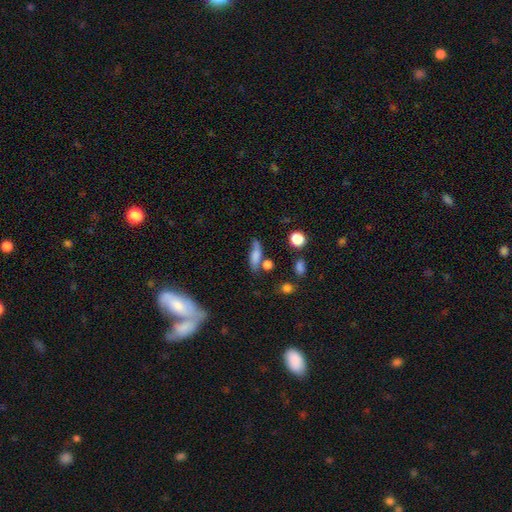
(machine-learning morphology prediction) smooth-or-featured: smooth: 68% | featured or disk: 22% | star or artifact: 10%
  how-rounded: cigar-shaped: 50% | in between: 44% | round: 6%
  merging: none: 57% | minor disturbance: 23% | merger: 12% | major disturbance: 8%